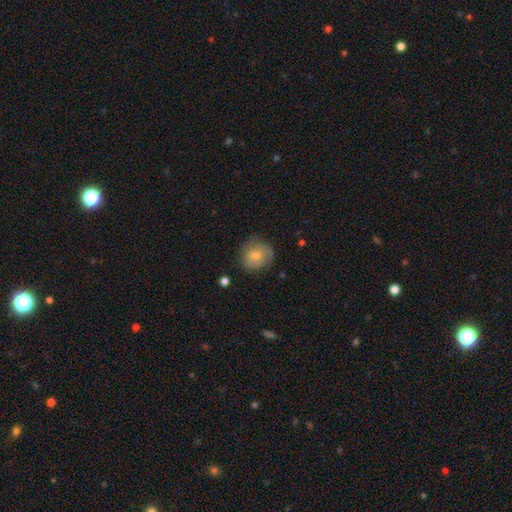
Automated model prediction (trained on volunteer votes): Smooth or featured?
  - smooth: 68% *
  - featured or disk: 24%
  - star or artifact: 8%
How rounded?
  - round: 81% *
  - in between: 18%
  - cigar-shaped: 1%
Merging?
  - none: 69% *
  - minor disturbance: 22%
  - major disturbance: 8%
  - merger: 2%